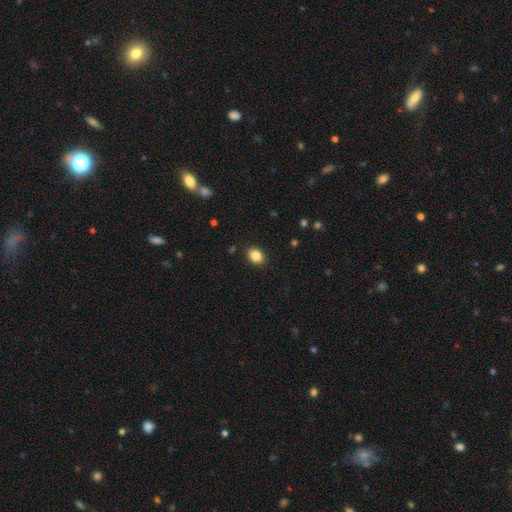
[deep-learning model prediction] A smooth galaxy with no disk features (87%) that is in between round and cigar-shaped (66%).

Vote fractions:
- Smooth or featured? smooth: 87% / star or artifact: 9% / featured or disk: 4%
- How rounded? in between: 66% / round: 34% / cigar-shaped: 1%
- Merging? none: 90% / minor disturbance: 7% / major disturbance: 2% / merger: 1%